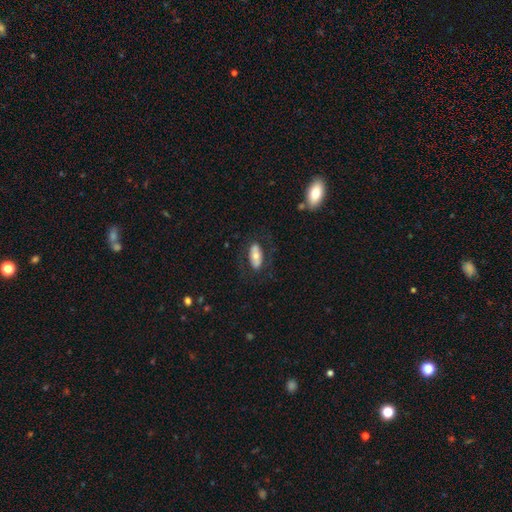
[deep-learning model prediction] This appears to be a smooth galaxy with no disk features (57%) that is in between round and cigar-shaped (88%). Merging: none (71%).